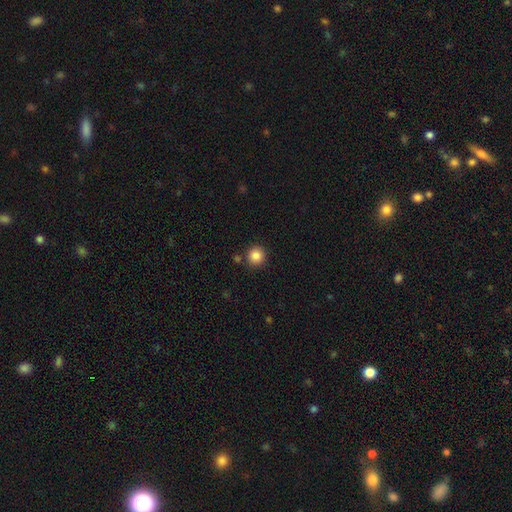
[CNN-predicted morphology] Overall: smooth (85%). How rounded: round (94%). Merging: none (87%).